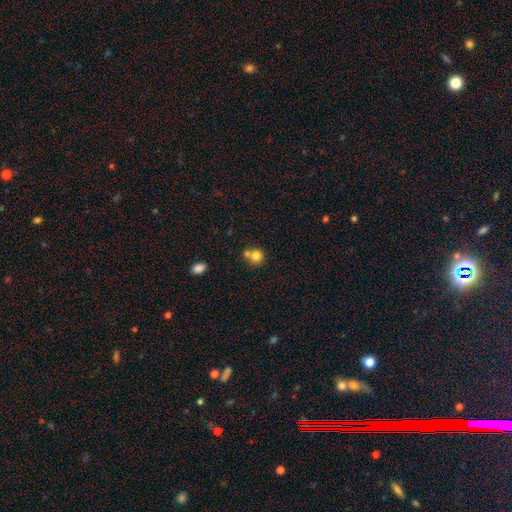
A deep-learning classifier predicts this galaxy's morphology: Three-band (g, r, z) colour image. It shows a smooth galaxy with no disk features (80%) that is round (86%). Merging: none (49%).